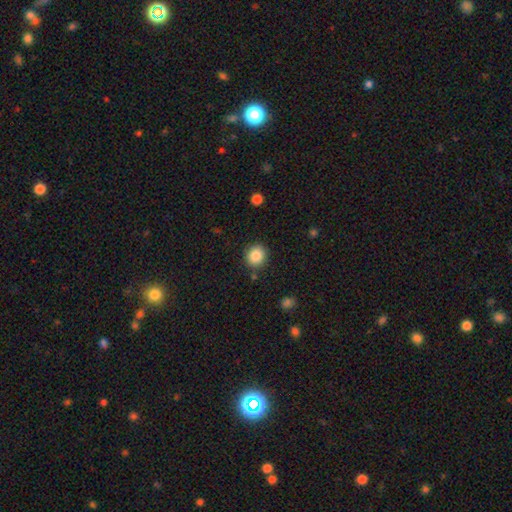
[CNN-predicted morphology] A smooth galaxy with no disk features (86%) that is round (86%). Merging: none (88%).